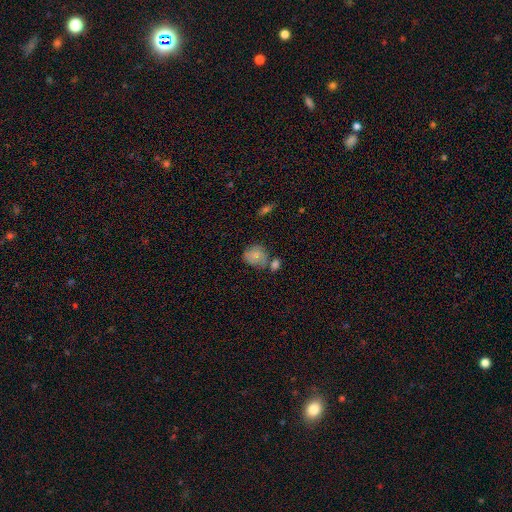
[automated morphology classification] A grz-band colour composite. It shows a smooth galaxy with no disk features (76%) that is round (57%). Merging: none (46%).